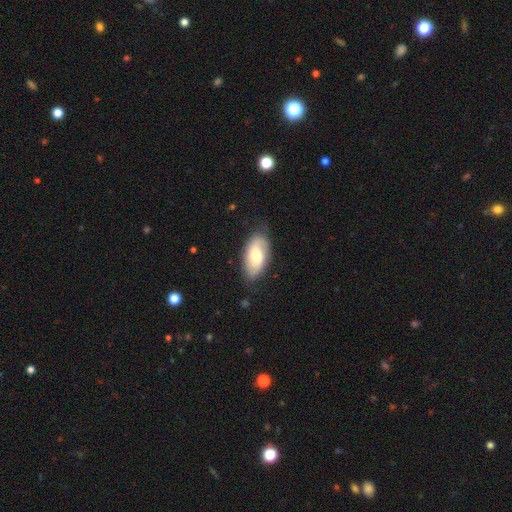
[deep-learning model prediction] Smooth or featured?
  - smooth: 54% *
  - featured or disk: 40%
  - star or artifact: 6%
How rounded?
  - in between: 93% *
  - round: 4%
  - cigar-shaped: 3%
Merging?
  - none: 76% *
  - minor disturbance: 18%
  - major disturbance: 4%
  - merger: 1%